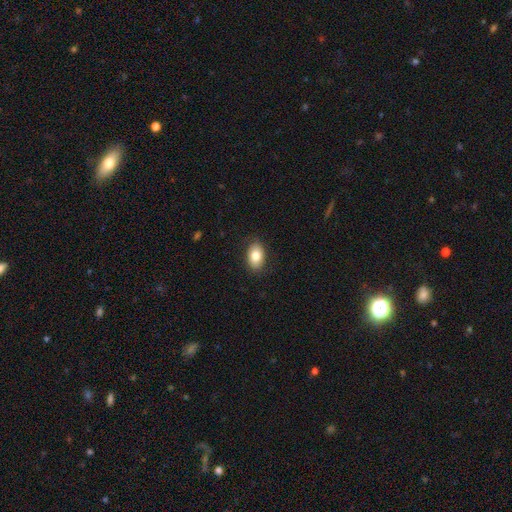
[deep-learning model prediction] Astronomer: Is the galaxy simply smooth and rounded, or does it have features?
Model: smooth — 81%.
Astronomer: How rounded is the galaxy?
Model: in between — 86%.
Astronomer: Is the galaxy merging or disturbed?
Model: none — 86%.